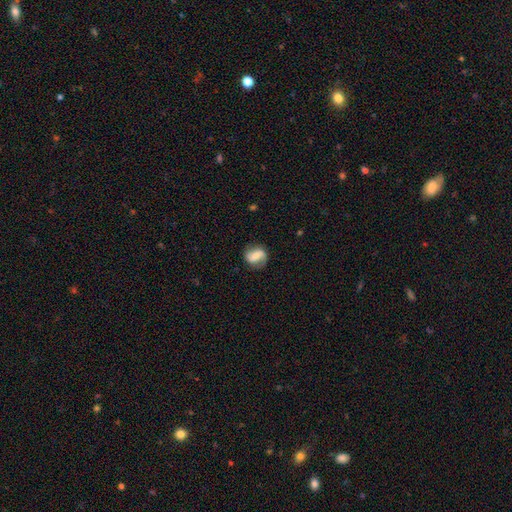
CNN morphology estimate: featured or disk 62%, smooth 31%, star or artifact 7%. Down the decision tree: edge-on disk — no (97%); bar — weak (41%); spiral arms — yes (90%); spiral arm count — 2 (78%); spiral winding — loose (43%); bulge size — small (35%); merging — none (74%).